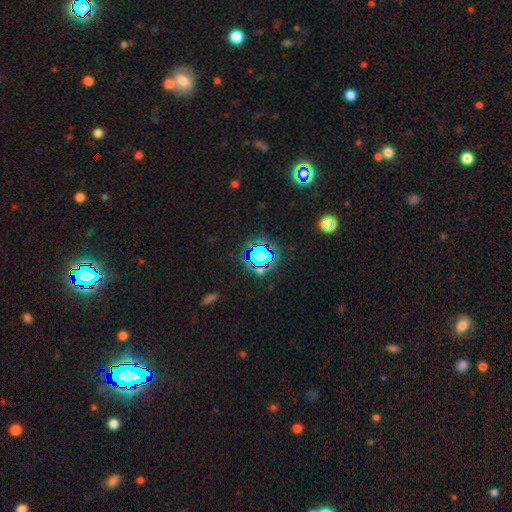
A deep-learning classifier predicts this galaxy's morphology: This is likely a star or artifact rather than a galaxy (68%).